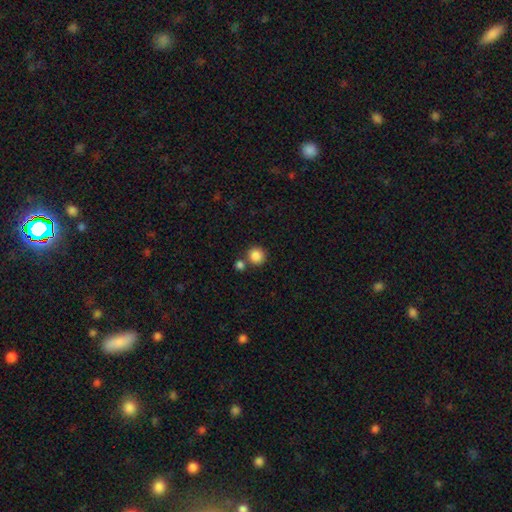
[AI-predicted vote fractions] This is clearly a smooth galaxy (86%). How rounded: clearly round (92%). Merging: likely none (73%).